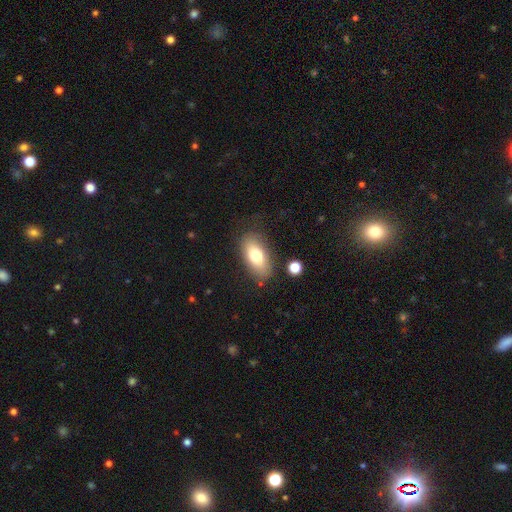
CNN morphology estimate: smooth-or-featured: smooth: 73% | featured or disk: 19% | star or artifact: 8%
  how-rounded: in between: 89% | cigar-shaped: 6% | round: 5%
  merging: none: 79% | minor disturbance: 14% | major disturbance: 5% | merger: 3%